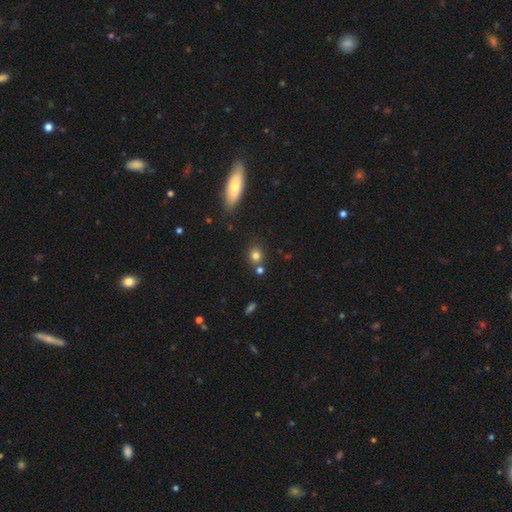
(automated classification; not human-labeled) Morphology: type=smooth (78%); roundness=round (80%); merging=none (71%).